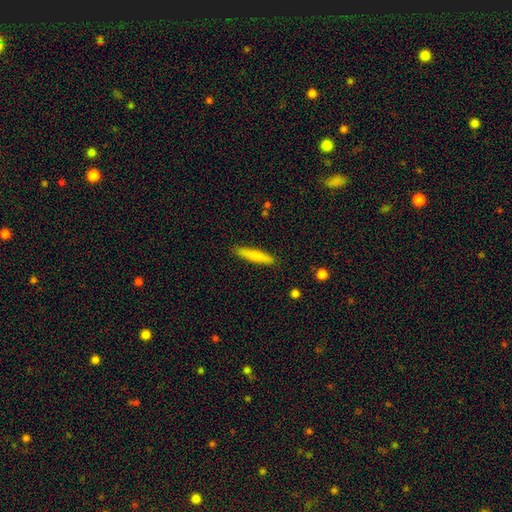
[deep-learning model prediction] This is likely a smooth galaxy (78%). How rounded: clearly cigar-shaped (90%). Merging: clearly none (88%).